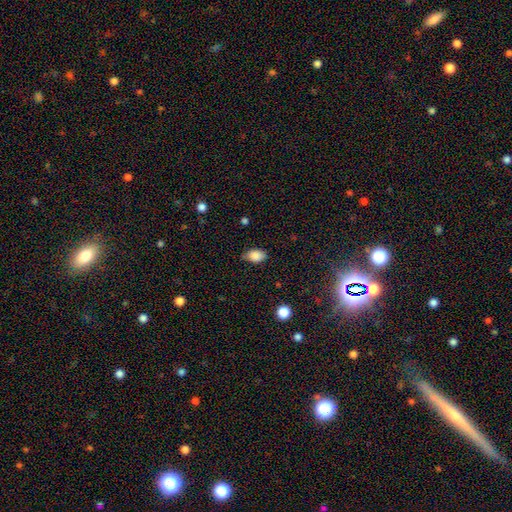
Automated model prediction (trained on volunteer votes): The model was most divided on "merging": none: 74%, minor disturbance: 21%, major disturbance: 3%, merger: 1%. More confident: how rounded — in between (89%); smooth or featured — smooth (87%).